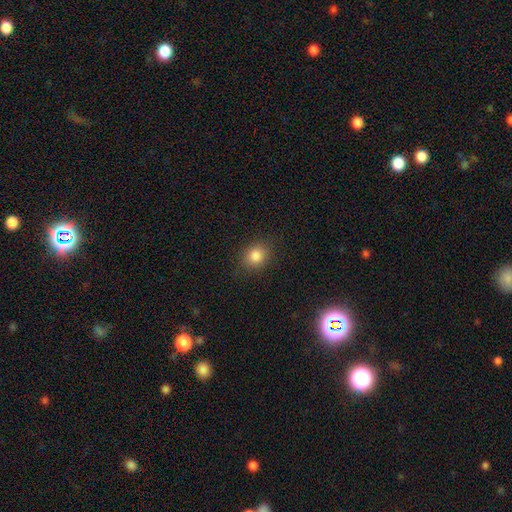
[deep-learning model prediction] Smooth or featured: smooth — 83% (star or artifact — 11%)
How rounded: round — 66% (in between — 33%)
Merging: none — 87% (minor disturbance — 9%)